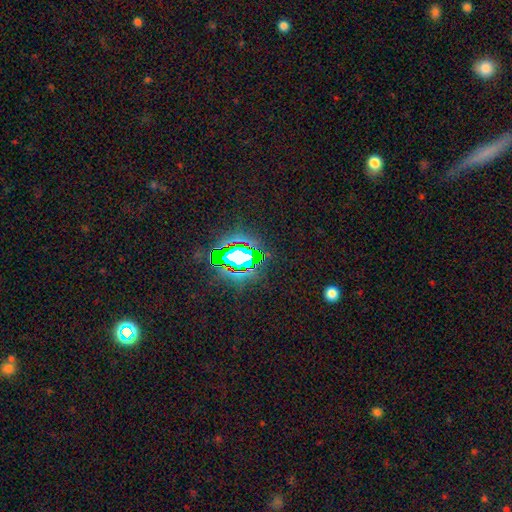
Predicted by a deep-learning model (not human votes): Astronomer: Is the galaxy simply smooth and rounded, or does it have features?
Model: star or artifact — 80%.